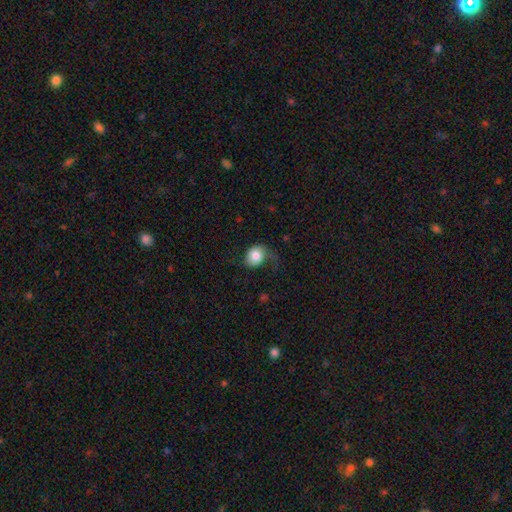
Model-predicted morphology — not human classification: smooth 73%, featured or disk 19%, star or artifact 8%. Down the decision tree: how rounded — round (59%); merging — none (36%).